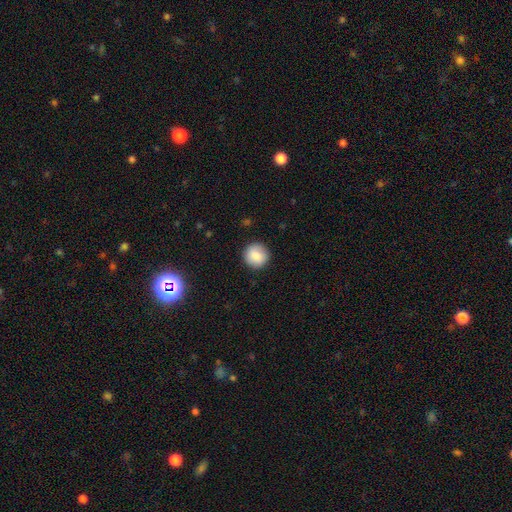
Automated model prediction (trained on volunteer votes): The model was most divided on "smooth or featured": smooth: 85%, star or artifact: 8%, featured or disk: 7%. More confident: how rounded — round (94%); merging — none (90%).